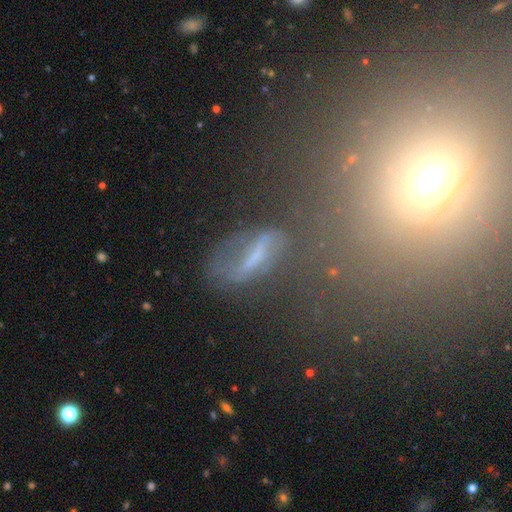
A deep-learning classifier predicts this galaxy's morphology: This appears to be a featured or disk galaxy (51%). Merging: none (51%).